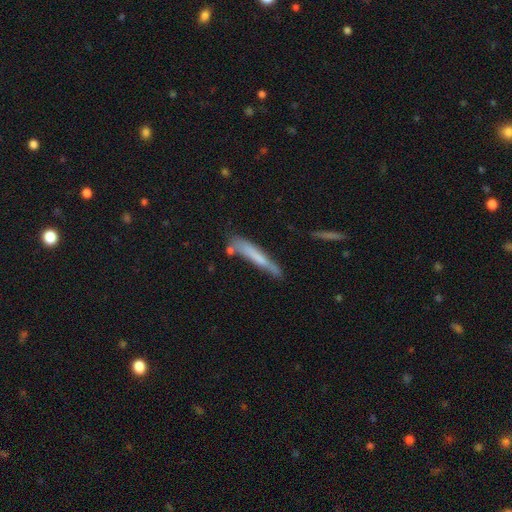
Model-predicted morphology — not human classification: Smooth or featured?
  - smooth: 62% *
  - featured or disk: 31%
  - star or artifact: 7%
How rounded?
  - cigar-shaped: 94% *
  - in between: 5%
  - round: 1%
Merging?
  - none: 63% *
  - minor disturbance: 23%
  - merger: 8%
  - major disturbance: 7%